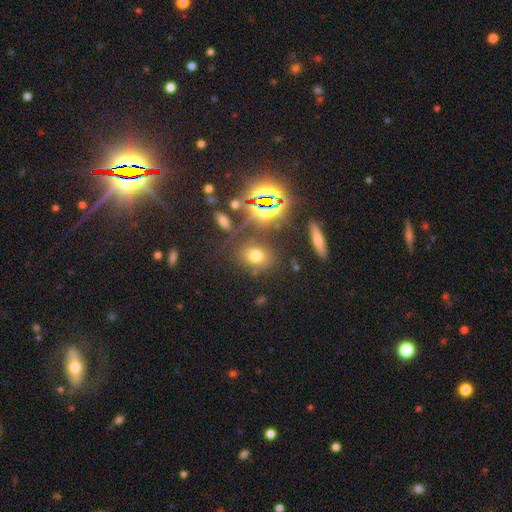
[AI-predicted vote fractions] Smooth or featured?
  - smooth: 61% *
  - star or artifact: 28%
  - featured or disk: 11%
How rounded?
  - in between: 52% *
  - round: 45%
  - cigar-shaped: 3%
Merging?
  - none: 77% *
  - minor disturbance: 11%
  - merger: 7%
  - major disturbance: 5%